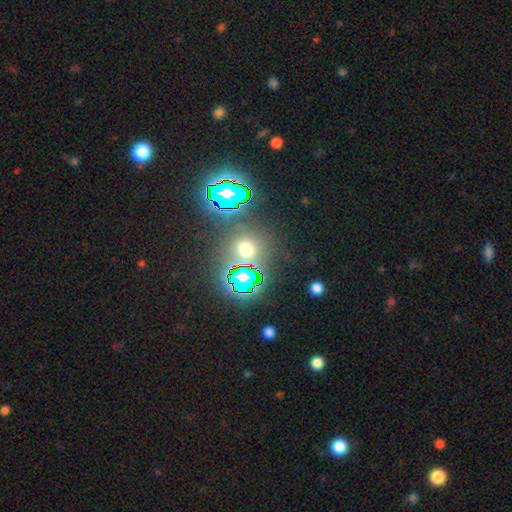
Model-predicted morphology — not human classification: Smooth or featured? star or artifact (78%)